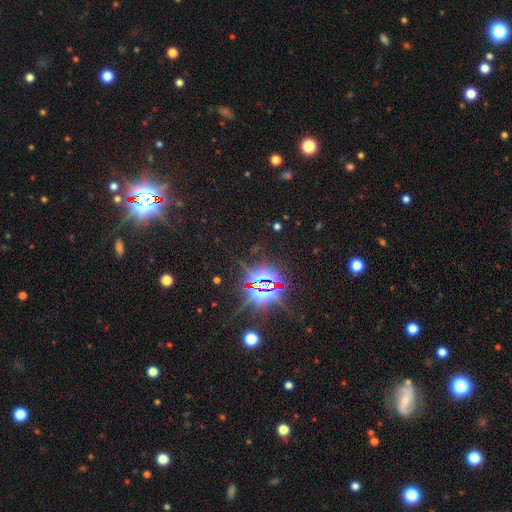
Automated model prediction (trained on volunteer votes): star or artifact 84%, smooth 10%, featured or disk 6%.